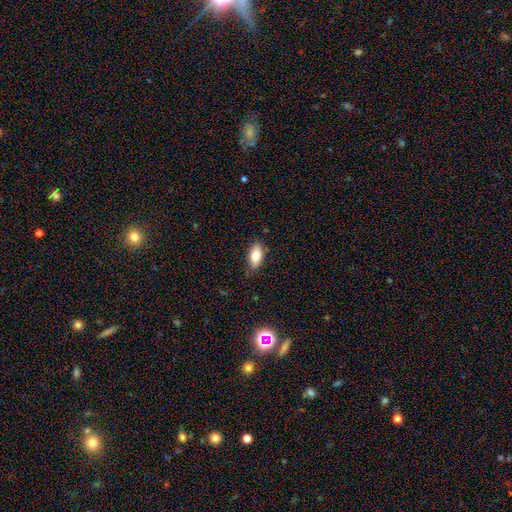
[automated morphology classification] The model was most divided on "merging": none: 81%, minor disturbance: 15%, major disturbance: 3%, merger: 1%. More confident: how rounded — in between (90%); smooth or featured — smooth (82%).